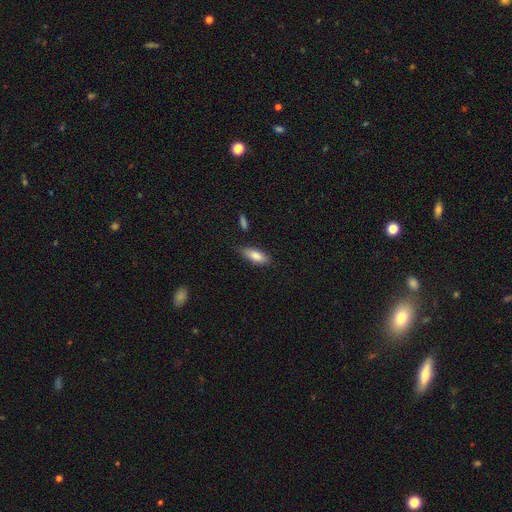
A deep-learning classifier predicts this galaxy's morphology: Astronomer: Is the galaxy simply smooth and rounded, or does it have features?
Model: smooth — 80%.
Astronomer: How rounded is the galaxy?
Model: in between — 71%.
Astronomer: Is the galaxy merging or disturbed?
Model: none — 77%.